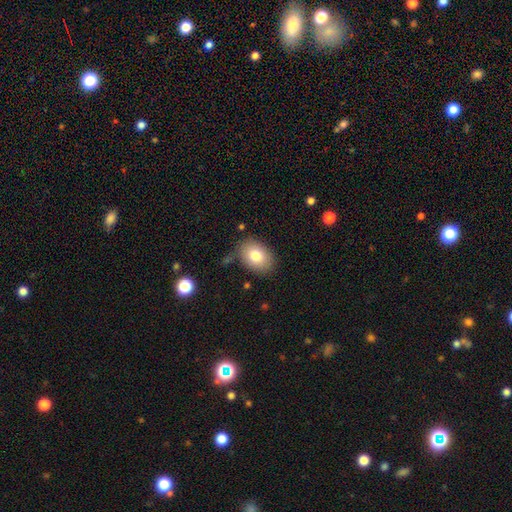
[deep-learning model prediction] smooth-or-featured: smooth: 79% | featured or disk: 13% | star or artifact: 8%
  how-rounded: in between: 77% | round: 22% | cigar-shaped: 1%
  merging: none: 80% | minor disturbance: 13% | major disturbance: 4% | merger: 3%